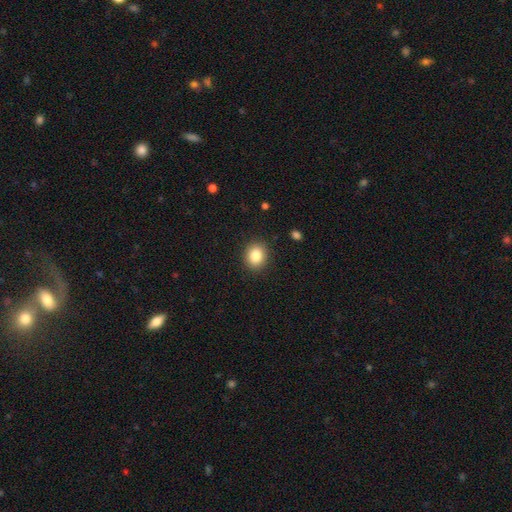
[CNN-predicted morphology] This is clearly a smooth galaxy (85%). How rounded: likely round (63%). Merging: clearly none (90%).